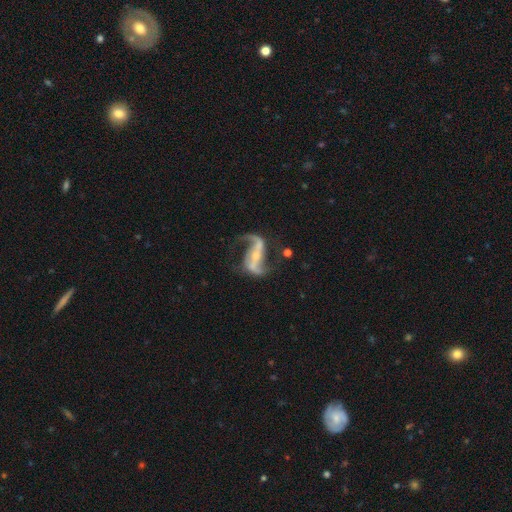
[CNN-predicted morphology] Smooth or featured? Predicted: featured or disk (p=0.90). Edge-on disk? Predicted: no (p=0.96). Bar? Predicted: strong (p=0.57). Spiral arms? Predicted: yes (p=0.96). Spiral winding? Predicted: loose (p=0.72). Spiral arm count? Predicted: 2 (p=0.92). Bulge size? Predicted: small (p=0.59). Merging? Predicted: none (p=0.67).